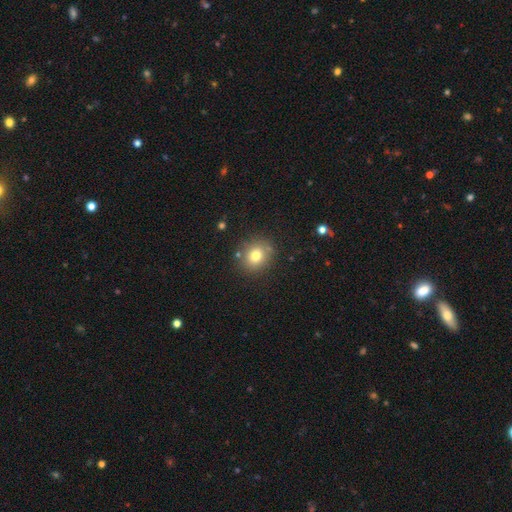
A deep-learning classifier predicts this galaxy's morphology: This appears to be a smooth galaxy with no disk features (76%) that is round (76%). Merging: none (82%).